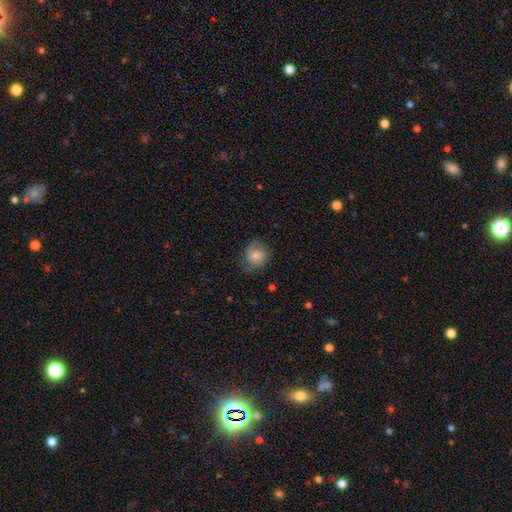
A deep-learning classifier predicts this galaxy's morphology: Smooth or featured? smooth (65%)
How rounded? round (75%)
Merging? none (69%)